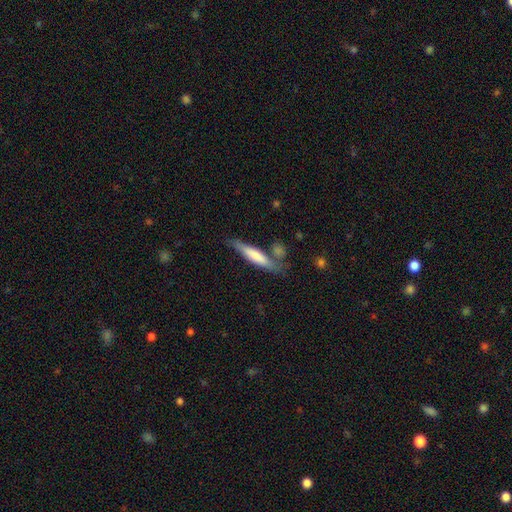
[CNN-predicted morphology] smooth_or_featured: smooth (p=0.66) [alt: featured or disk p=0.29]
how_rounded: cigar-shaped (p=0.85) [alt: in between p=0.13]
merging: none (p=0.62) [alt: minor disturbance p=0.19]